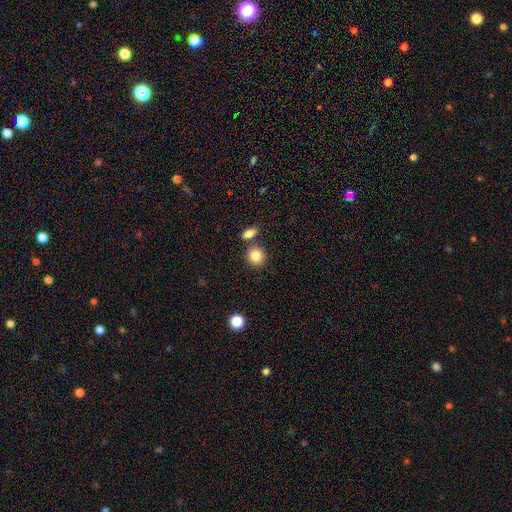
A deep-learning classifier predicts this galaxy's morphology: The model was most divided on "merging": none: 74%, merger: 14%, minor disturbance: 9%, major disturbance: 3%. More confident: smooth or featured — smooth (85%); how rounded — round (82%).